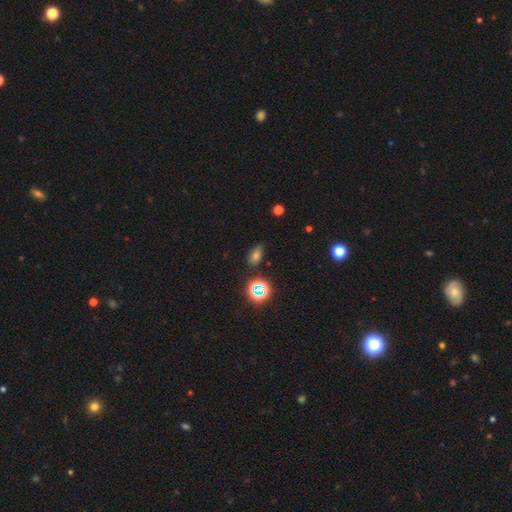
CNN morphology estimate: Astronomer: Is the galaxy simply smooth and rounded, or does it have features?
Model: smooth — 49% (runner-up: star or artifact, 40%).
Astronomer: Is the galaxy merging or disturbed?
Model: none — 79%.